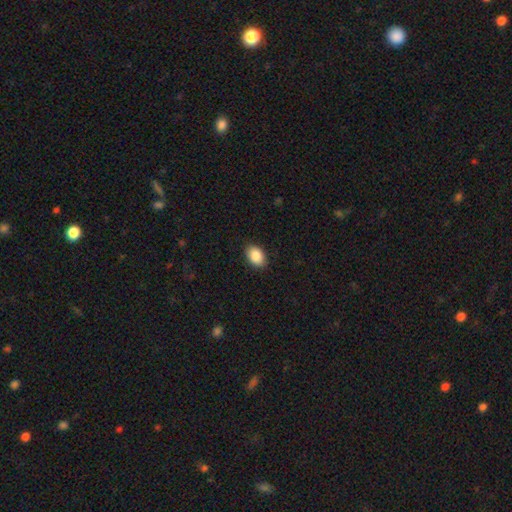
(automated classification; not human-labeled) smooth 88%, star or artifact 7%, featured or disk 5%. Down the decision tree: how rounded — in between (85%); merging — none (88%).